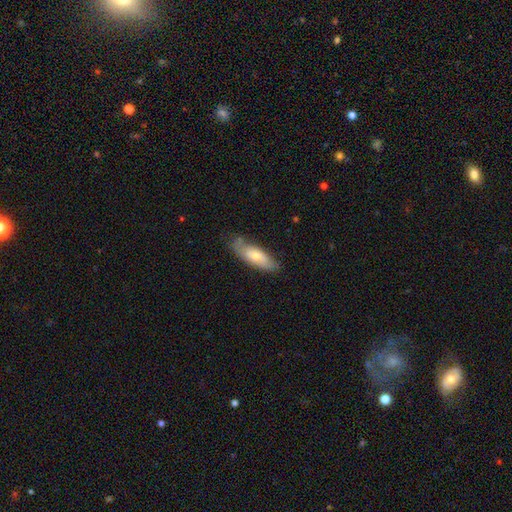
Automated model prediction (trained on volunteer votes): Smooth or featured? Predicted: smooth (p=0.63). How rounded? Predicted: in between (p=0.63). Merging? Predicted: none (p=0.65).